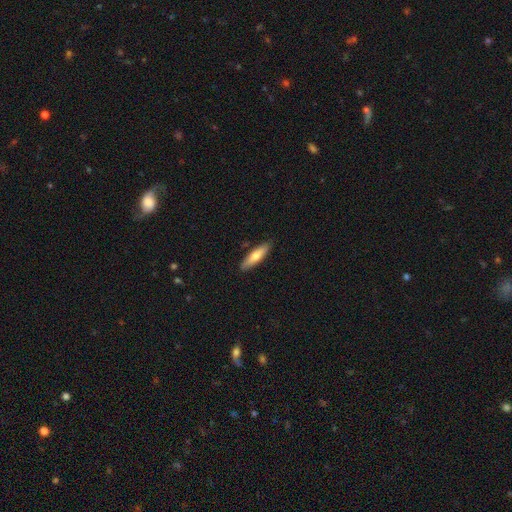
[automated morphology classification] Smooth or featured: smooth — 68% (featured or disk — 27%)
How rounded: cigar-shaped — 71% (in between — 27%)
Merging: none — 88% (minor disturbance — 9%)